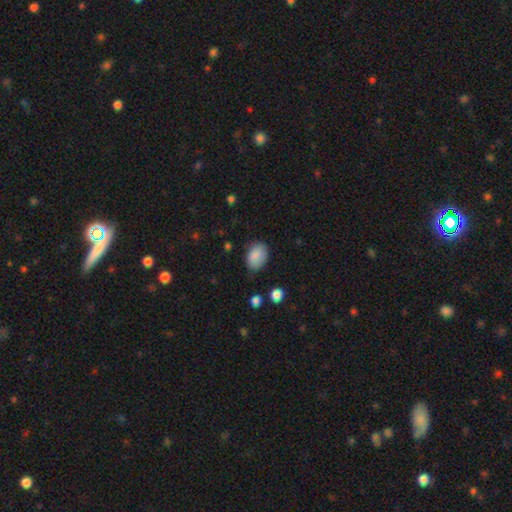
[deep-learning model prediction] Smooth or featured?
  - smooth: 87% *
  - star or artifact: 7%
  - featured or disk: 6%
How rounded?
  - in between: 81% *
  - round: 18%
  - cigar-shaped: 1%
Merging?
  - none: 73% *
  - minor disturbance: 21%
  - major disturbance: 4%
  - merger: 2%